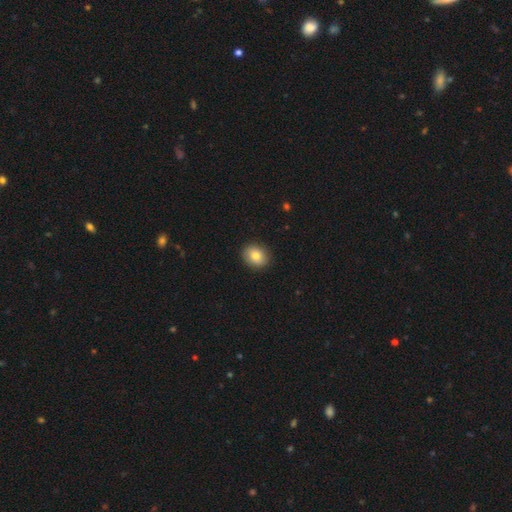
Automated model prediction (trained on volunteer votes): Smooth or featured?
  - smooth: 81% *
  - featured or disk: 10%
  - star or artifact: 9%
How rounded?
  - round: 54% *
  - in between: 45%
  - cigar-shaped: 1%
Merging?
  - none: 89% *
  - minor disturbance: 8%
  - major disturbance: 2%
  - merger: 1%